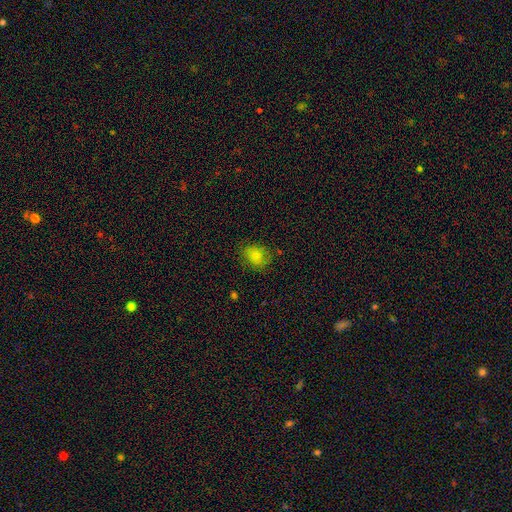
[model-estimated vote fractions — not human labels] smooth-or-featured: smooth: 81% | star or artifact: 10% | featured or disk: 9%
  how-rounded: in between: 54% | round: 45% | cigar-shaped: 1%
  merging: none: 71% | minor disturbance: 21% | major disturbance: 7% | merger: 2%